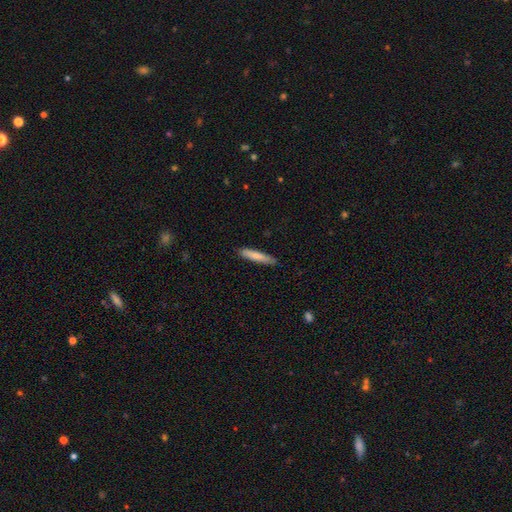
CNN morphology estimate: smooth 80%, featured or disk 15%, star or artifact 5%. Down the decision tree: how rounded — cigar-shaped (89%); merging — none (85%).